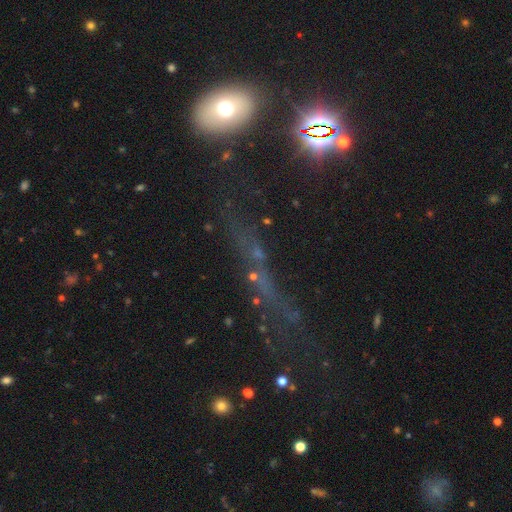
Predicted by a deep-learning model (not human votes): This is marginally a star or artifact rather than a galaxy (39%).